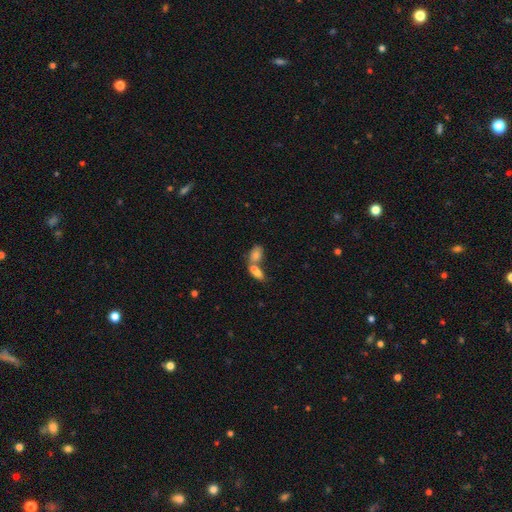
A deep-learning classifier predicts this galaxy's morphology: Smooth or featured? smooth (74%)
How rounded? in between (81%)
Merging? merger (58%)